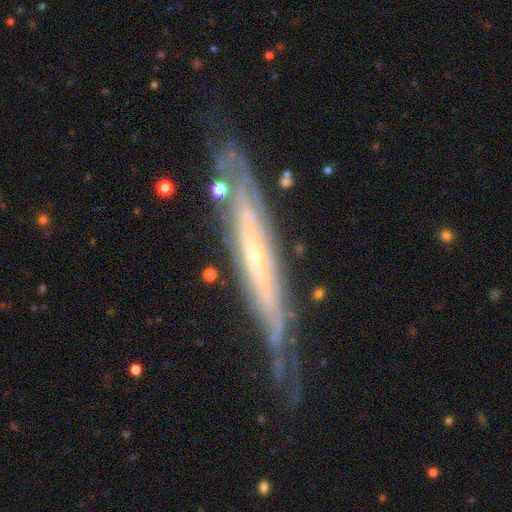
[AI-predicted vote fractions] Morphology: type=featured or disk (82%); edge-on=yes (52%); merging=none (66%).